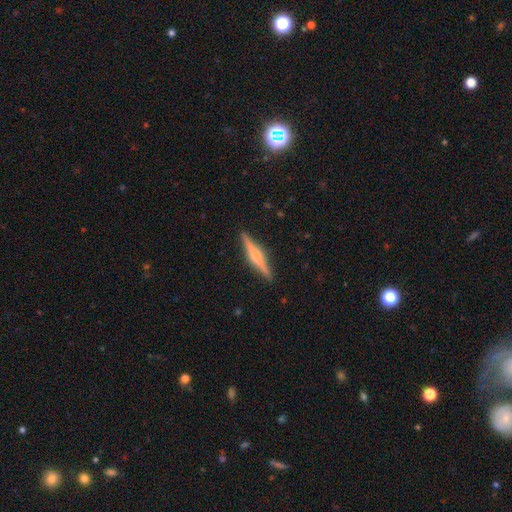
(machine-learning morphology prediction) A featured or disk galaxy (68%) viewed edge-on (98%) with a rounded central bulge (77%). Merging: none (91%).